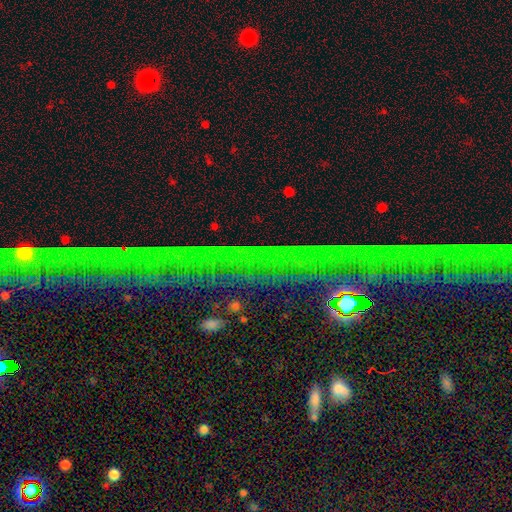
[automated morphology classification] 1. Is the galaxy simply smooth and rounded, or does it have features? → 83% star or artifact, 10% featured or disk, 8% smooth.